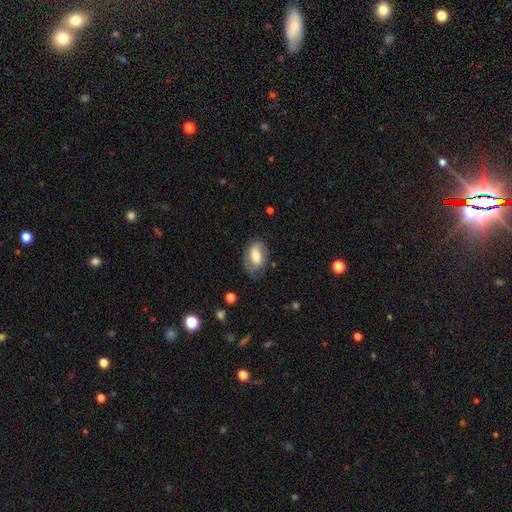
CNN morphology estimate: A smooth galaxy with no disk features (50%).

Vote fractions:
- Smooth or featured? smooth: 50% / featured or disk: 43% / star or artifact: 7%
- Merging? none: 67% / minor disturbance: 22% / major disturbance: 10% / merger: 1%